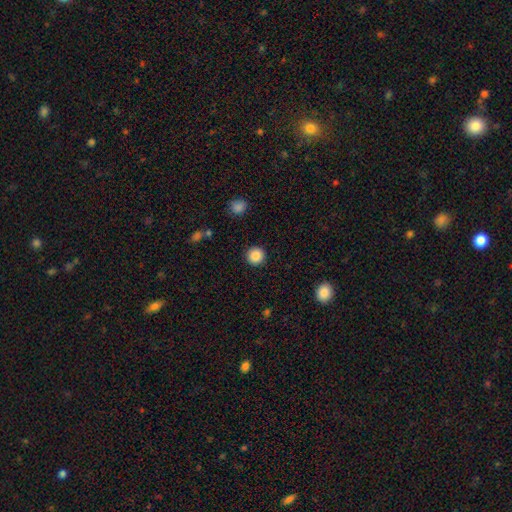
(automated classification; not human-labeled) A smooth galaxy with no disk features (87%) that is round (95%).

Vote fractions:
- Smooth or featured? smooth: 87% / star or artifact: 9% / featured or disk: 4%
- How rounded? round: 95% / in between: 4% / cigar-shaped: 1%
- Merging? none: 92% / minor disturbance: 5% / major disturbance: 2% / merger: 1%